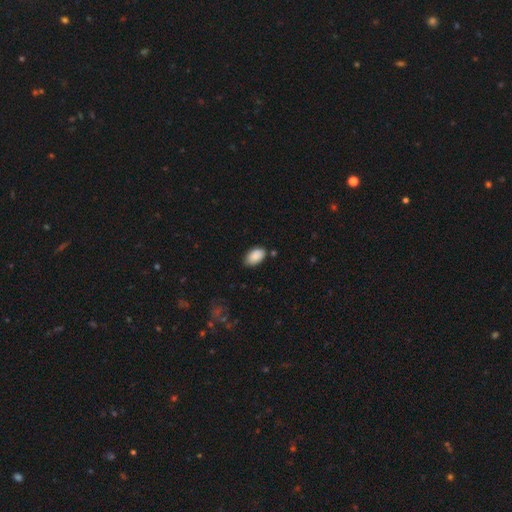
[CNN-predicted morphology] smooth_or_featured: smooth (p=0.89) [alt: star or artifact p=0.07]
how_rounded: in between (p=0.94) [alt: round p=0.05]
merging: none (p=0.76) [alt: minor disturbance p=0.19]